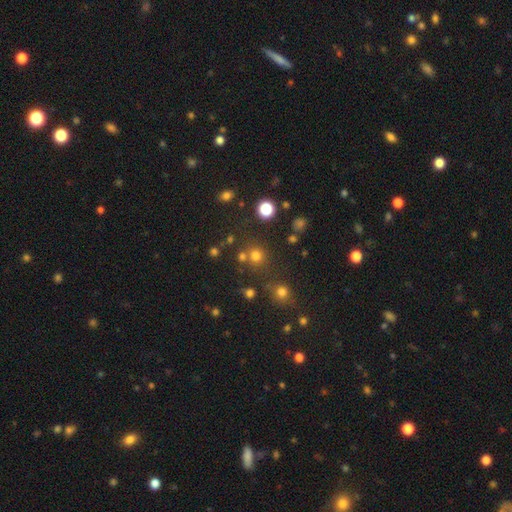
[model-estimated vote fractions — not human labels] Q: Smooth or featured?
A: smooth (71%); runner-up: star or artifact (22%)
Q: How rounded?
A: round (92%); runner-up: in between (7%)
Q: Merging?
A: none (73%); runner-up: merger (14%)